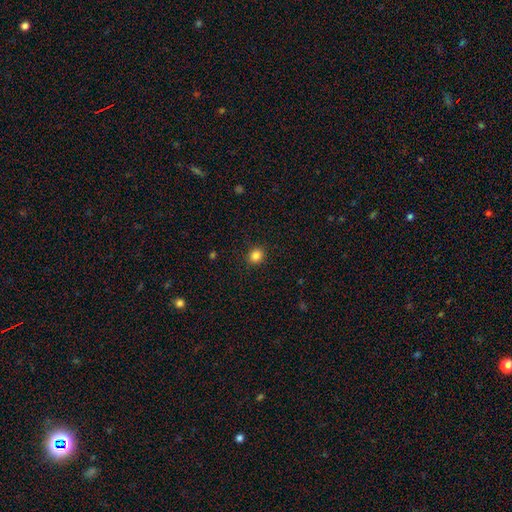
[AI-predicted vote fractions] smooth 85%, star or artifact 11%, featured or disk 3%. Down the decision tree: how rounded — round (81%); merging — none (91%).